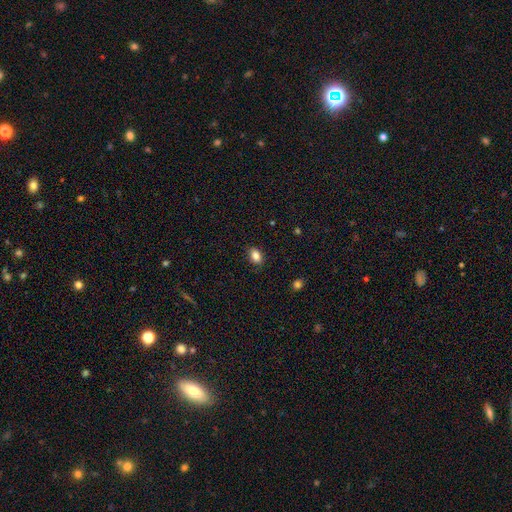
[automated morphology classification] smooth-or-featured: smooth: 85% | star or artifact: 9% | featured or disk: 6%
  how-rounded: in between: 80% | round: 18% | cigar-shaped: 1%
  merging: none: 87% | minor disturbance: 10% | major disturbance: 2% | merger: 1%